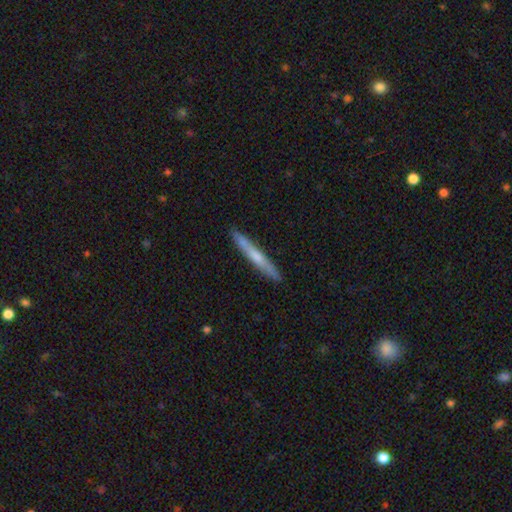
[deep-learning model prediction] Smooth or featured: smooth — 49% (featured or disk — 46%)
Merging: none — 89% (minor disturbance — 8%)